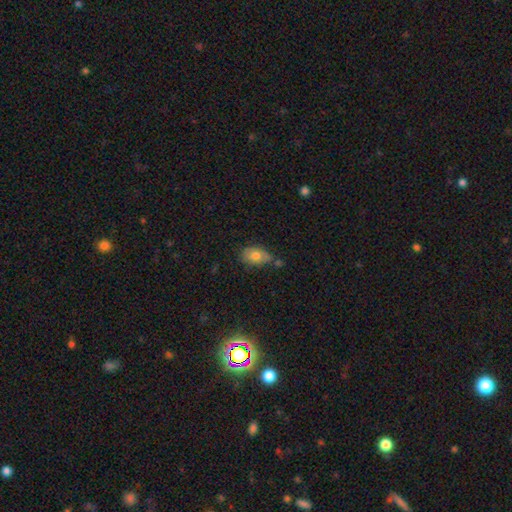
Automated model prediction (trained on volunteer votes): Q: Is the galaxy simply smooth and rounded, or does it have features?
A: smooth — 74%.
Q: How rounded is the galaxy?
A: in between — 84%.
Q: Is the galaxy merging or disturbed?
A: none — 51%.